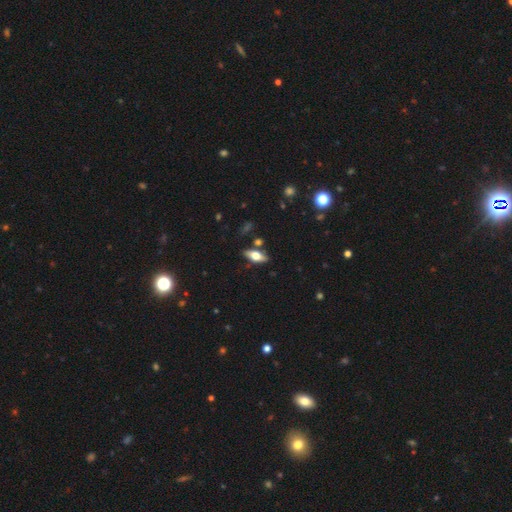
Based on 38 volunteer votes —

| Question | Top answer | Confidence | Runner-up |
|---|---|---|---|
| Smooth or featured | featured or disk | 66% | smooth (32%) |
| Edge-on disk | yes | 84% | no (16%) |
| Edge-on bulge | rounded | 100% | — |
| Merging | none | 76% | minor disturbance (16%) |